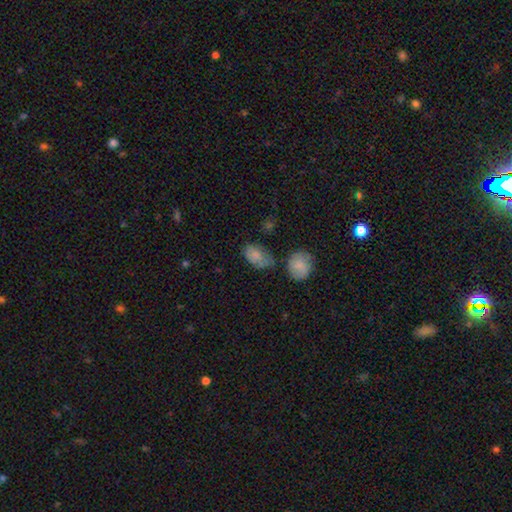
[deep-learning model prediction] Smooth or featured? Predicted: smooth (p=0.79). How rounded? Predicted: in between (p=0.88). Merging? Predicted: none (p=0.50).